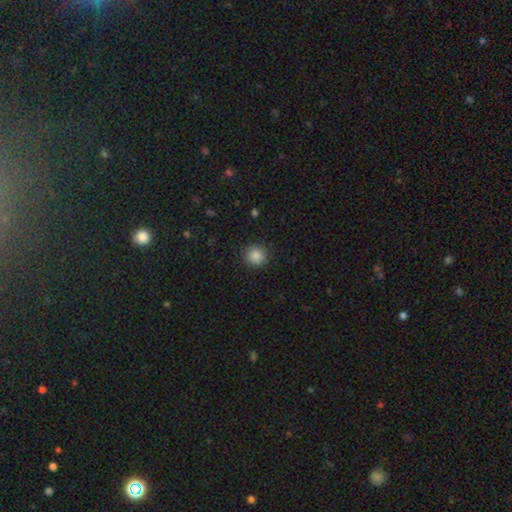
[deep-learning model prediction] smooth-or-featured: smooth: 87% | star or artifact: 10% | featured or disk: 3%
  how-rounded: round: 93% | in between: 6% | cigar-shaped: 1%
  merging: none: 91% | minor disturbance: 6% | major disturbance: 2% | merger: 1%